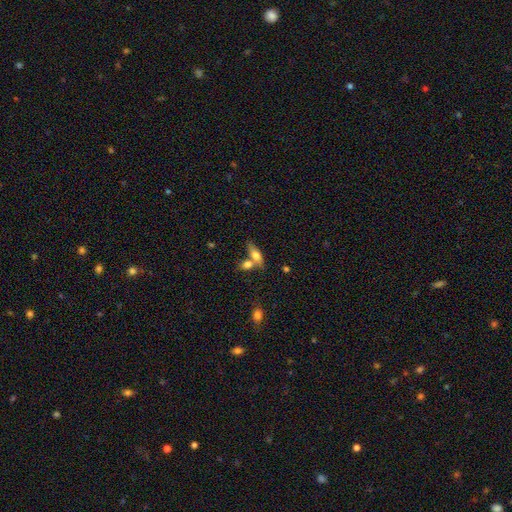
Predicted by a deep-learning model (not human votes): smooth-or-featured: smooth: 68% | featured or disk: 24% | star or artifact: 8%
  how-rounded: in between: 68% | cigar-shaped: 27% | round: 5%
  merging: none: 43% | merger: 41% | minor disturbance: 11% | major disturbance: 5%